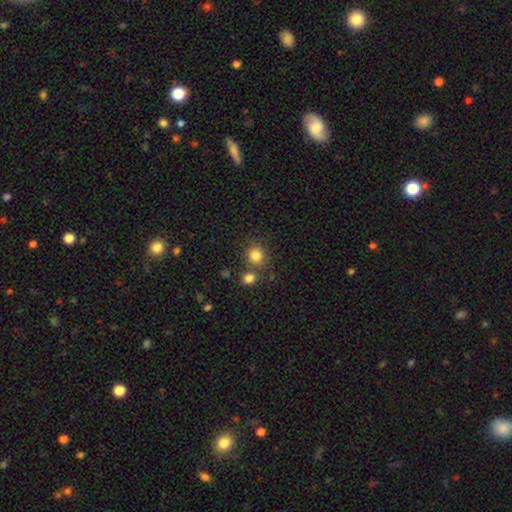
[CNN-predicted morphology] A smooth galaxy with no disk features (82%) that is round (85%).

Vote fractions:
- Smooth or featured? smooth: 82% / star or artifact: 12% / featured or disk: 6%
- How rounded? round: 85% / in between: 14% / cigar-shaped: 1%
- Merging? none: 68% / merger: 19% / minor disturbance: 9% / major disturbance: 4%